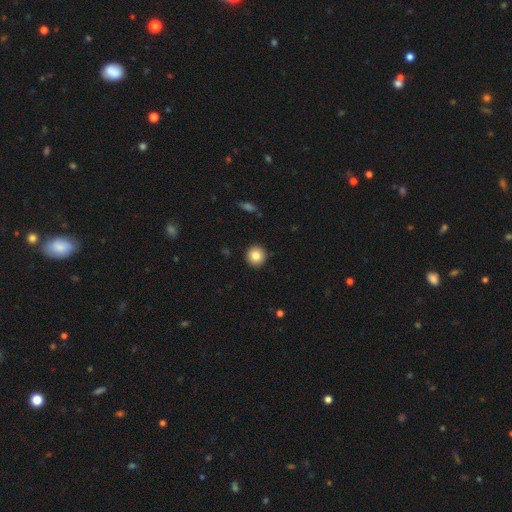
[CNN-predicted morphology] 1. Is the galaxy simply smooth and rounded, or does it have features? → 84% smooth, 9% star or artifact, 7% featured or disk.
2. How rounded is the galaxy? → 94% round, 5% in between, 1% cigar-shaped.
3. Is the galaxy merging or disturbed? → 92% none, 5% minor disturbance, 2% major disturbance, 1% merger.